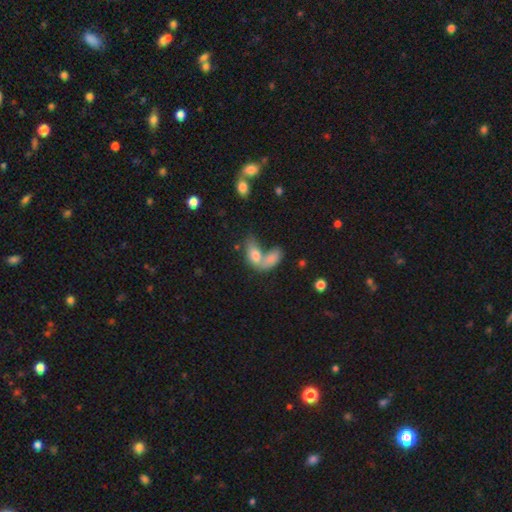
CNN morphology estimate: This appears to be a smooth galaxy with no disk features (42%). Merging: merger (51%).